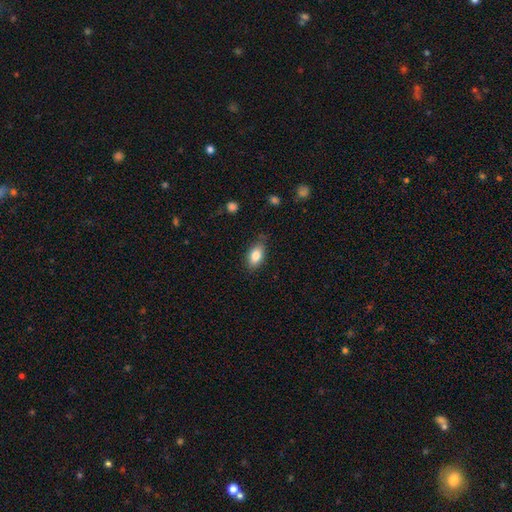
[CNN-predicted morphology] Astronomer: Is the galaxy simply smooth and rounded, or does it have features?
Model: smooth — 83%.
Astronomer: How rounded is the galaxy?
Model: in between — 89%.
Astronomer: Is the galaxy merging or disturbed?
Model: none — 79%.